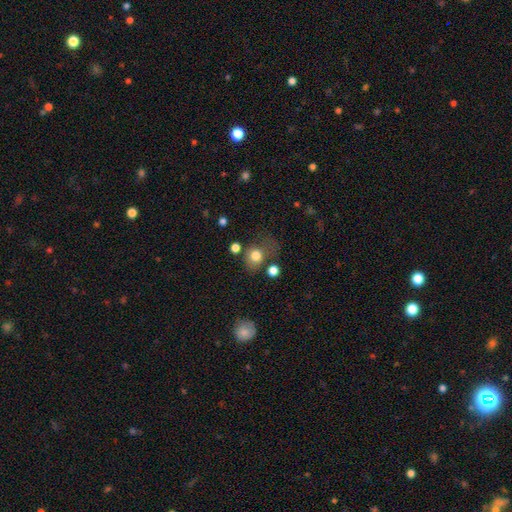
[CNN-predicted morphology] Smooth or featured?
  - smooth: 77% *
  - star or artifact: 12%
  - featured or disk: 11%
How rounded?
  - round: 65% *
  - in between: 34%
  - cigar-shaped: 1%
Merging?
  - none: 49% *
  - minor disturbance: 22%
  - major disturbance: 18%
  - merger: 10%